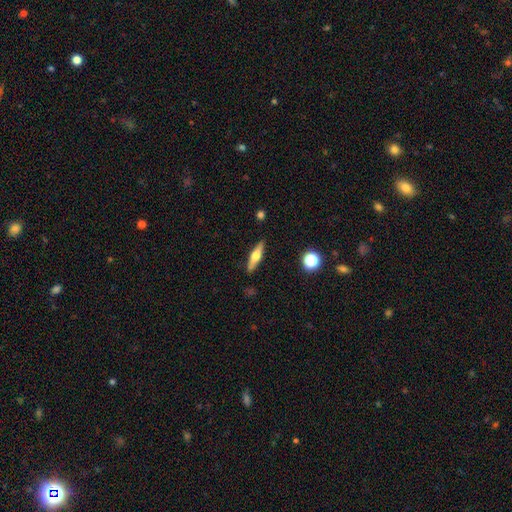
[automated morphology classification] featured or disk 55%, smooth 38%, star or artifact 7%. Down the decision tree: edge-on disk — yes (95%); edge-on bulge — rounded (92%); merging — none (88%).